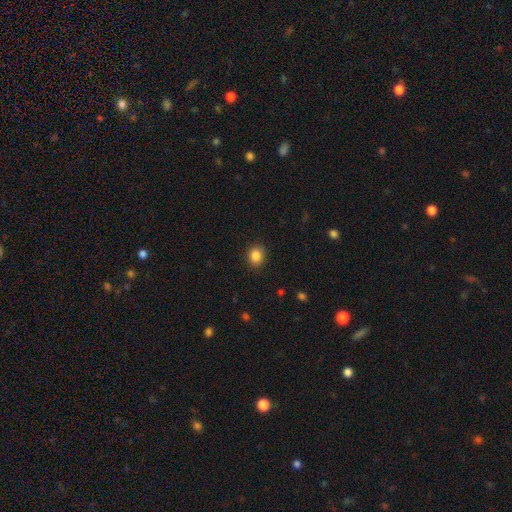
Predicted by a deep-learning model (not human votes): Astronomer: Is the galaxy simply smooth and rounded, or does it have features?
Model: smooth — 86%.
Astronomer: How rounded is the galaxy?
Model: round — 64%.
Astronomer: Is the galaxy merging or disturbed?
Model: none — 88%.